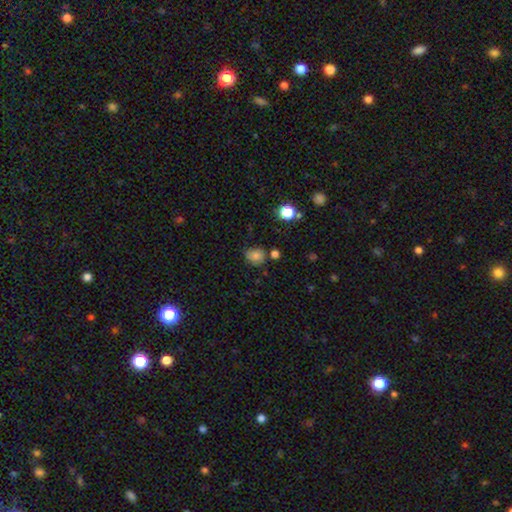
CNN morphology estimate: Q: Smooth or featured?
A: smooth (77%); runner-up: star or artifact (13%)
Q: How rounded?
A: round (71%); runner-up: in between (28%)
Q: Merging?
A: none (68%); runner-up: minor disturbance (22%)